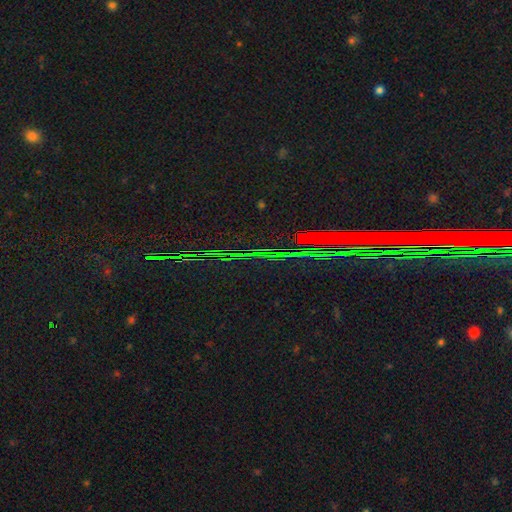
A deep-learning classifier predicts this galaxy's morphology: star or artifact 81%, featured or disk 12%, smooth 7%.